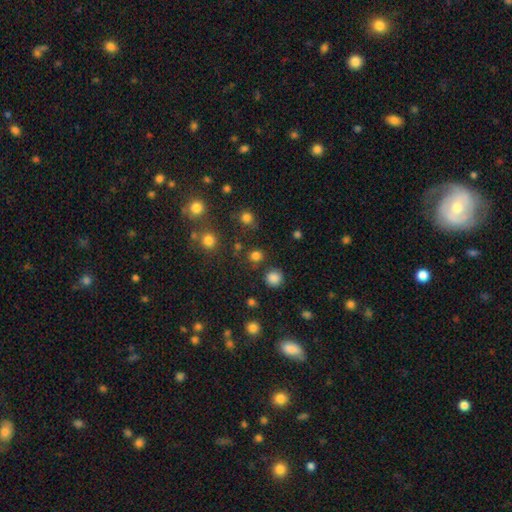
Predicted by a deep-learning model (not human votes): Q: Smooth or featured?
A: smooth (80%); runner-up: star or artifact (16%)
Q: How rounded?
A: round (85%); runner-up: in between (14%)
Q: Merging?
A: none (80%); runner-up: minor disturbance (9%)